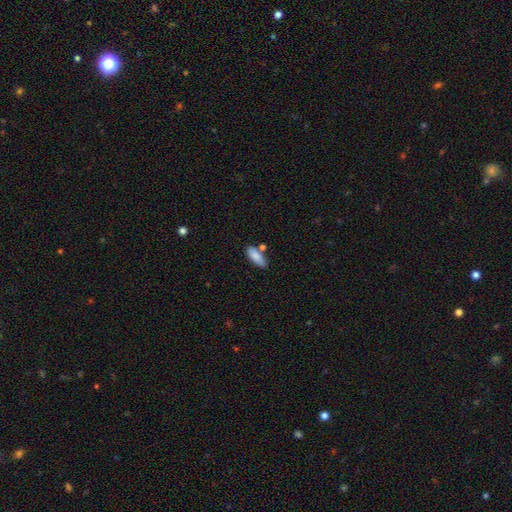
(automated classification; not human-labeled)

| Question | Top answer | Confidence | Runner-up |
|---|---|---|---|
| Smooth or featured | smooth | 86% | featured or disk (8%) |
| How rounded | in between | 75% | cigar-shaped (23%) |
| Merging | none | 67% | minor disturbance (16%) |